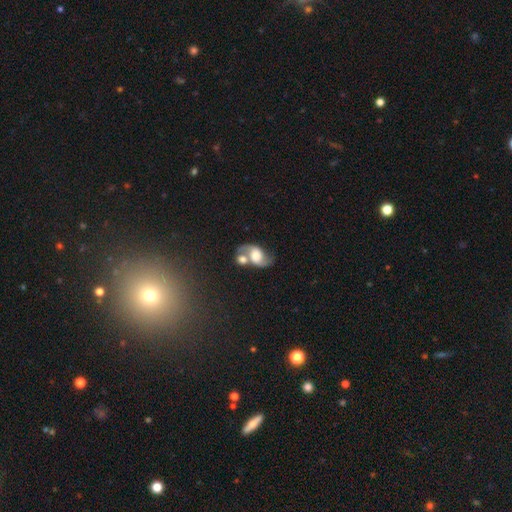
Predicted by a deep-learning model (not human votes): Morphology: type=featured or disk (65%); edge-on=no (97%); bar=no (59%); spiral arms=yes (86%); winding=loose (55%); arm count=2 (88%); bulge=large (41%); merging=merger (50%).